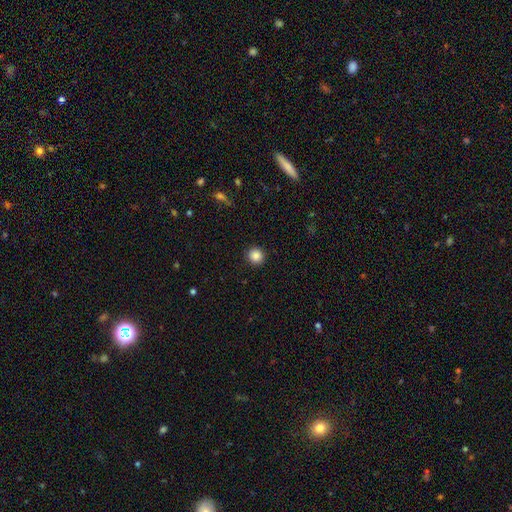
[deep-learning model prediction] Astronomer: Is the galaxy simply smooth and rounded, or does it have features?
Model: smooth — 87%.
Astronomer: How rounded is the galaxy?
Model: round — 92%.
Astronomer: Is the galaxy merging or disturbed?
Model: none — 92%.